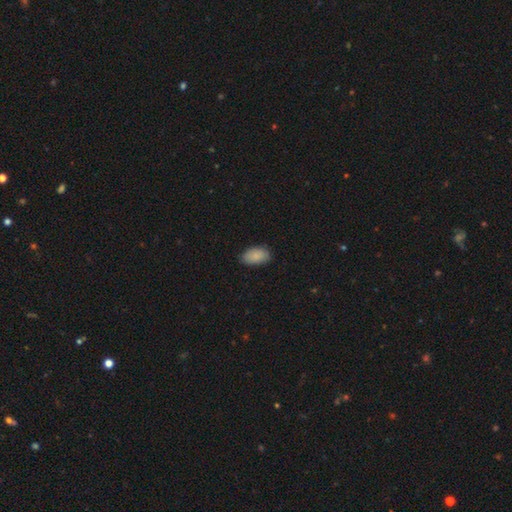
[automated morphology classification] Smooth or featured: smooth — 87% (star or artifact — 7%)
How rounded: in between — 93% (round — 5%)
Merging: none — 82% (minor disturbance — 14%)